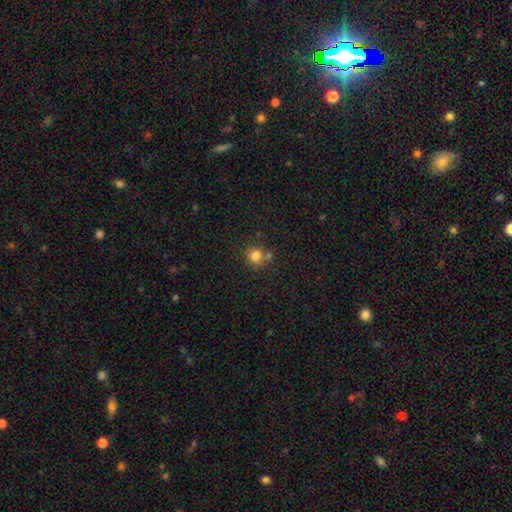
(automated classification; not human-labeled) smooth-or-featured: smooth: 81% | star or artifact: 12% | featured or disk: 7%
  how-rounded: round: 90% | in between: 9% | cigar-shaped: 1%
  merging: none: 65% | merger: 21% | minor disturbance: 11% | major disturbance: 3%